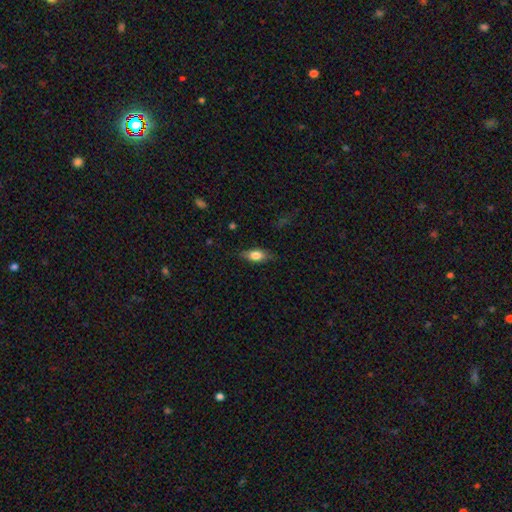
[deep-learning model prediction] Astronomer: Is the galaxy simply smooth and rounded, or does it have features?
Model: smooth — 74%.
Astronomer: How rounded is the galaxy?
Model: in between — 79%.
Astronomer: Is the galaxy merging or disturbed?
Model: none — 79%.